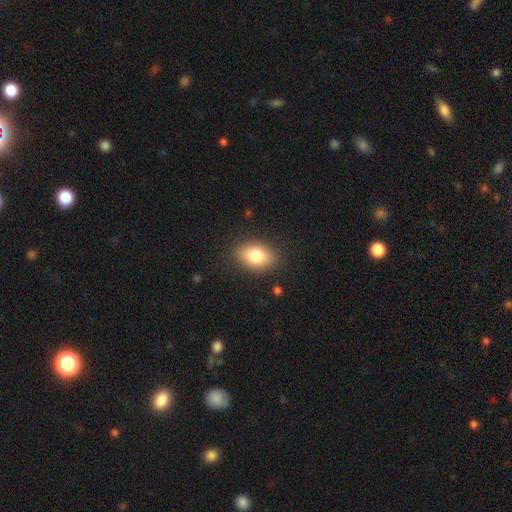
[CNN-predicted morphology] smooth-or-featured: smooth: 81% | featured or disk: 11% | star or artifact: 8%
  how-rounded: in between: 84% | round: 15% | cigar-shaped: 1%
  merging: none: 86% | minor disturbance: 10% | major disturbance: 3% | merger: 1%